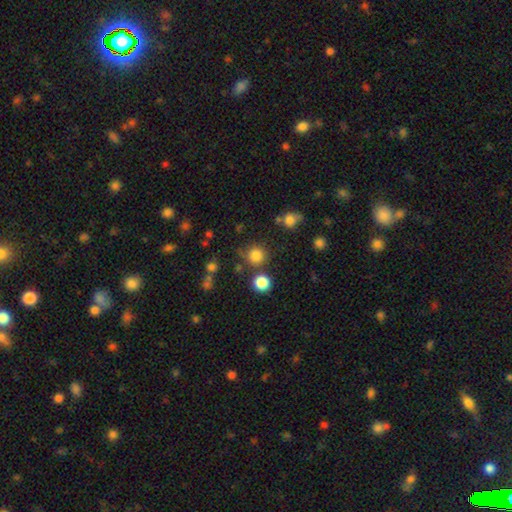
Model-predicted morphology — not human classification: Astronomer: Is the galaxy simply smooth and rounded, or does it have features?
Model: smooth — 80%.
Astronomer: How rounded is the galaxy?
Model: round — 93%.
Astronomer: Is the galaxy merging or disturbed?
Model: none — 80%.